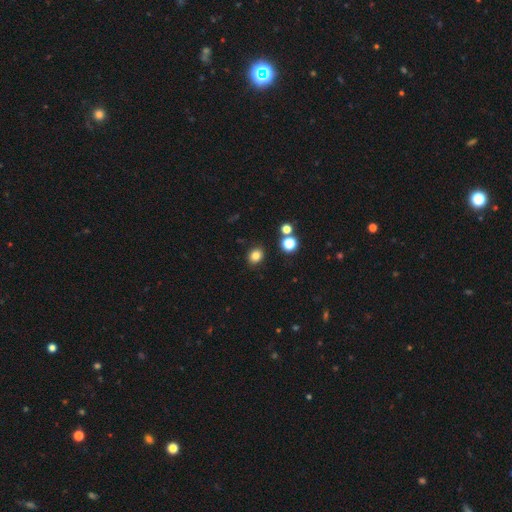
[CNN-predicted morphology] smooth_or_featured: smooth (p=0.81) [alt: star or artifact p=0.13]
how_rounded: round (p=0.57) [alt: in between p=0.42]
merging: none (p=0.86) [alt: minor disturbance p=0.08]